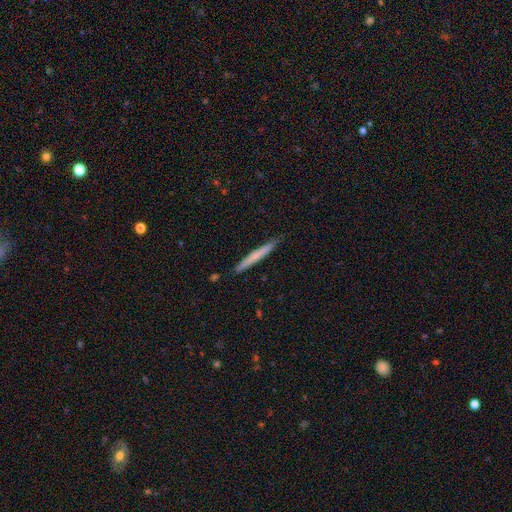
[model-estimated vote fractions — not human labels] A smooth galaxy with no disk features (62%) that is cigar-shaped (97%).

Vote fractions:
- Smooth or featured? smooth: 62% / featured or disk: 33% / star or artifact: 6%
- How rounded? cigar-shaped: 97% / in between: 2% / round: 1%
- Merging? none: 87% / minor disturbance: 10% / major disturbance: 2% / merger: 1%